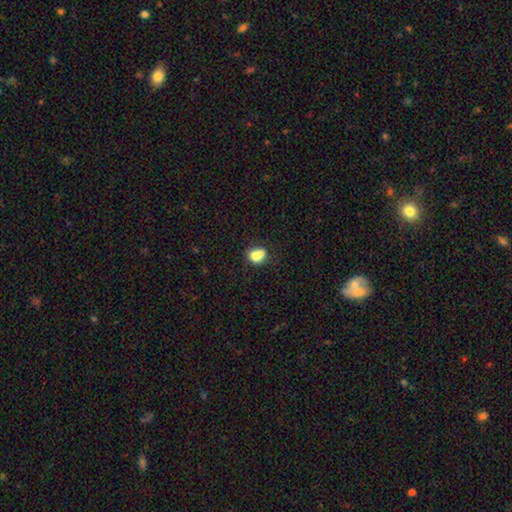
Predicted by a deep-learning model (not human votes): smooth_or_featured: smooth (p=0.76) [alt: featured or disk p=0.13]
how_rounded: round (p=0.52) [alt: in between p=0.47]
merging: none (p=0.42) [alt: merger p=0.34]